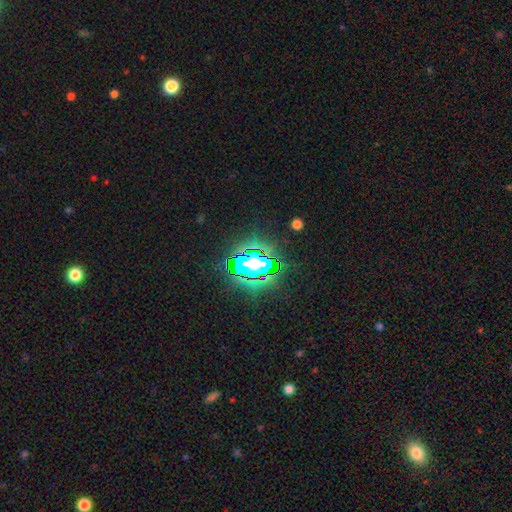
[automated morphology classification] smooth_or_featured: star or artifact (p=0.82) [alt: smooth p=0.11]